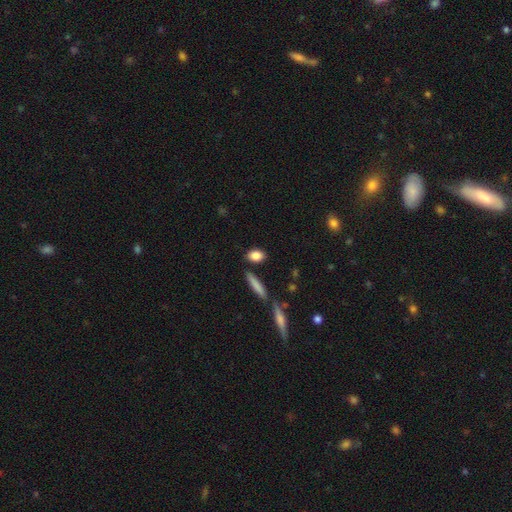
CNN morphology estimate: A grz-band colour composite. It shows a smooth galaxy with no disk features (86%) that is in between round and cigar-shaped (78%). Merging: none (79%).